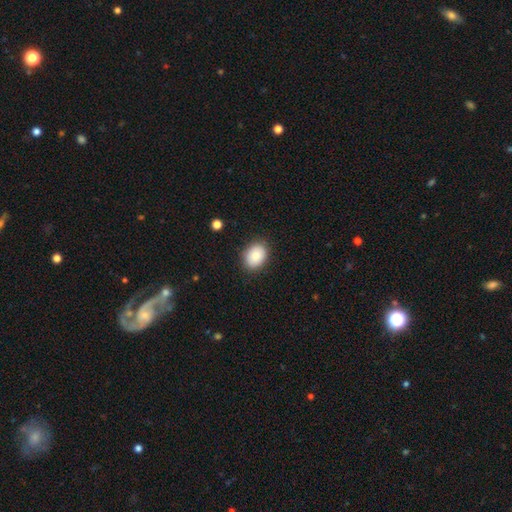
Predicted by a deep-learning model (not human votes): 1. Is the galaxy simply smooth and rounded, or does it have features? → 85% smooth, 8% star or artifact, 7% featured or disk.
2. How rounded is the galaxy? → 64% in between, 35% round, 1% cigar-shaped.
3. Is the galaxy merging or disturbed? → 86% none, 10% minor disturbance, 3% major disturbance, 1% merger.